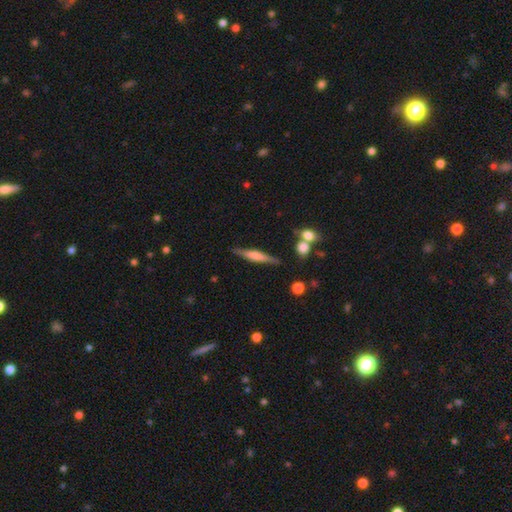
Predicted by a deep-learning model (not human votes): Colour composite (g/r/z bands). It shows a featured or disk galaxy (49%). Merging: none (82%).